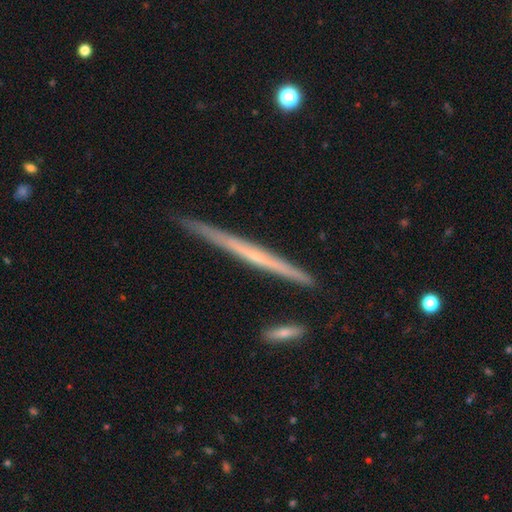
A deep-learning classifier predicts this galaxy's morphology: smooth_or_featured: featured or disk (p=0.65) [alt: smooth p=0.29]
disk_edge_on: yes (p=0.97) [alt: no p=0.03]
edge_on_bulge: none (p=0.78) [alt: rounded p=0.18]
merging: none (p=0.87) [alt: minor disturbance p=0.09]